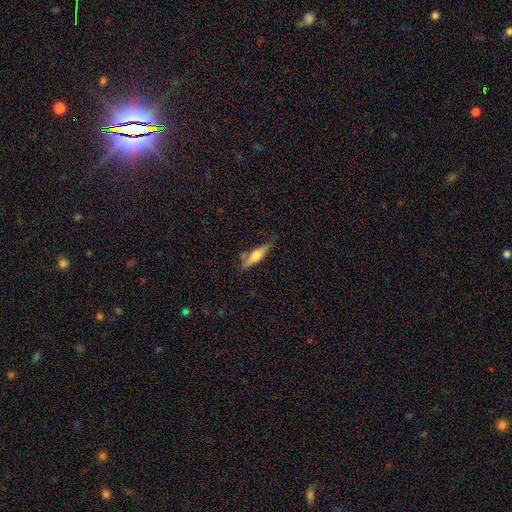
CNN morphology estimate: This is possibly a smooth galaxy (55%). How rounded: likely cigar-shaped (66%). Merging: likely none (62%).